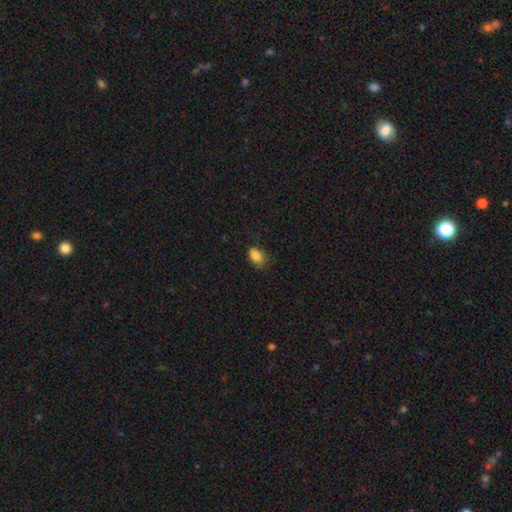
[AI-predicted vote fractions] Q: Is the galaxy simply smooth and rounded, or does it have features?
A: smooth — 86%.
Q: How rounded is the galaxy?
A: in between — 83%.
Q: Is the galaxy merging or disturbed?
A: none — 71%.